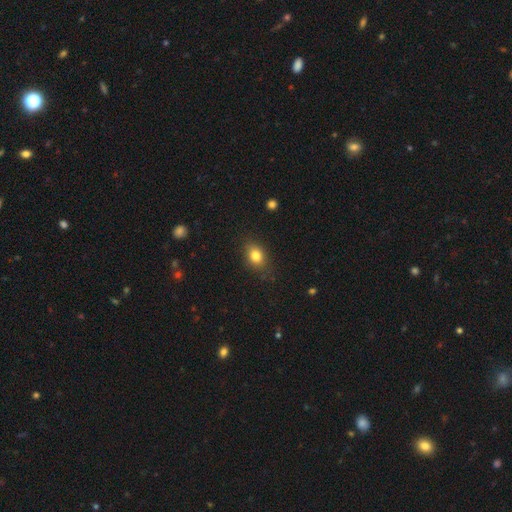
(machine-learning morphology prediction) Smooth or featured: smooth — 81% (star or artifact — 10%)
How rounded: in between — 65% (round — 33%)
Merging: none — 82% (minor disturbance — 14%)